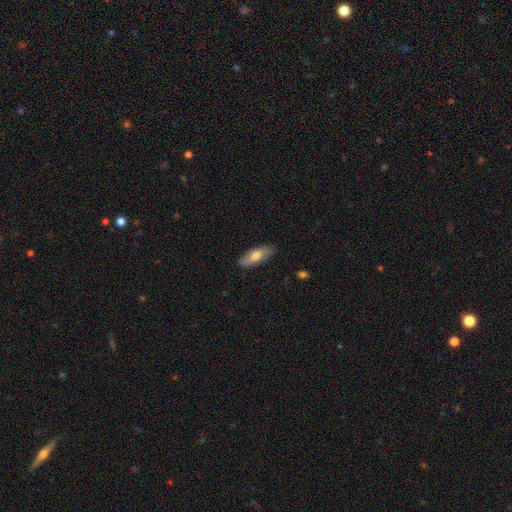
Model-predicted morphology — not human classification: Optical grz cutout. It shows a smooth galaxy with no disk features (68%) that is in between round and cigar-shaped (74%). Merging: none (84%).